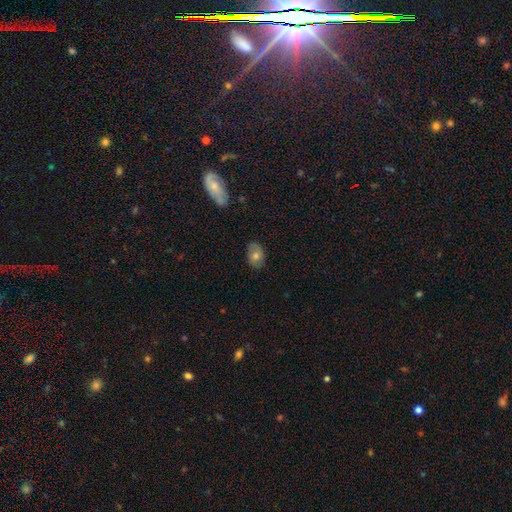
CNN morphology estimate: type=smooth (61%); roundness=in between (77%); merging=none (75%).